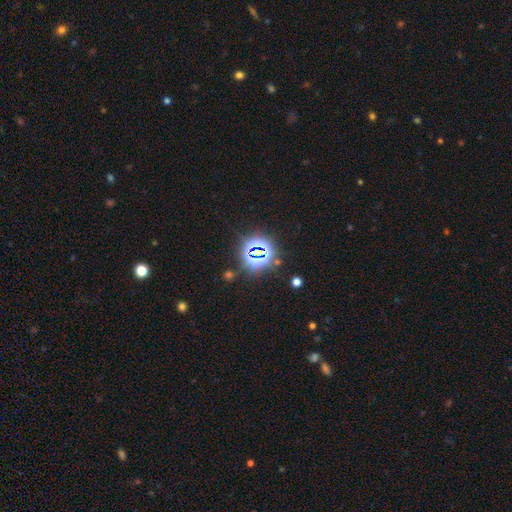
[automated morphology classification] Q: Smooth or featured?
A: star or artifact (76%); runner-up: smooth (15%)